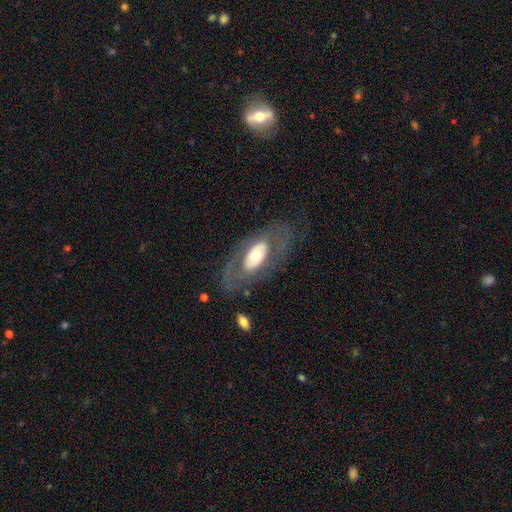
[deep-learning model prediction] This appears to be a featured or disk galaxy (58%). Merging: none (69%).